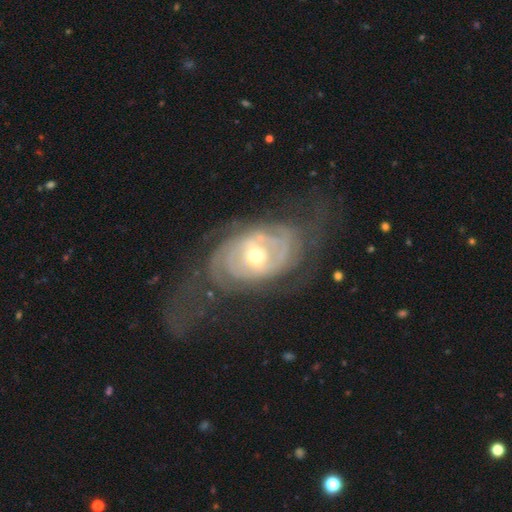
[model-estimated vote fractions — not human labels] smooth_or_featured: featured or disk (p=0.85) [alt: smooth p=0.10]
disk_edge_on: no (p=0.95) [alt: yes p=0.05]
bar: no (p=0.58) [alt: weak p=0.30]
has_spiral_arms: yes (p=0.89) [alt: no p=0.11]
spiral_winding: tight (p=0.71) [alt: medium p=0.21]
spiral_arm_count: can't tell (p=0.40) [alt: 2 p=0.32]
bulge_size: moderate (p=0.57) [alt: small p=0.38]
merging: none (p=0.58) [alt: major disturbance p=0.21]